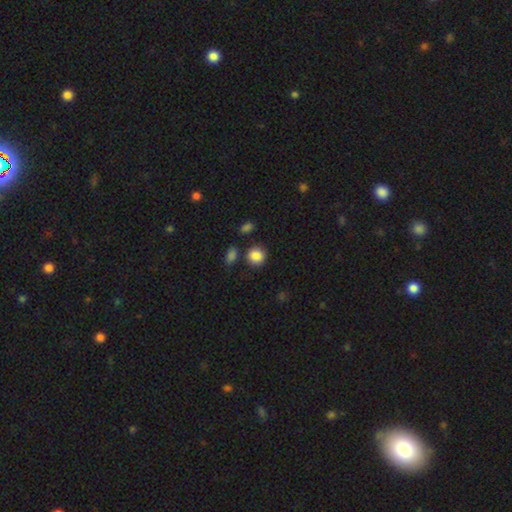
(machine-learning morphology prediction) Overall: smooth (87%). How rounded: round (85%). Merging: none (80%).